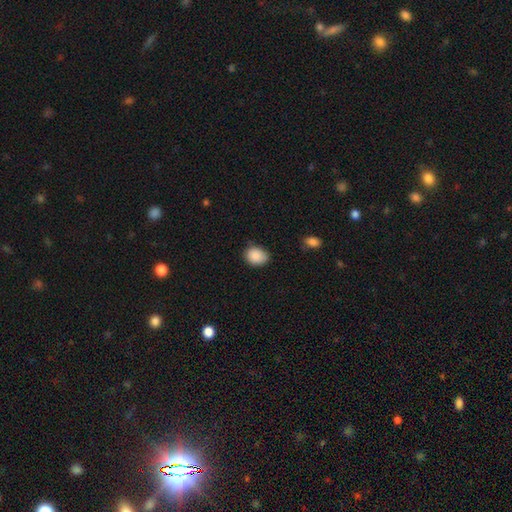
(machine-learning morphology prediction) smooth 88%, star or artifact 8%, featured or disk 4%. Down the decision tree: how rounded — in between (56%); merging — none (75%).